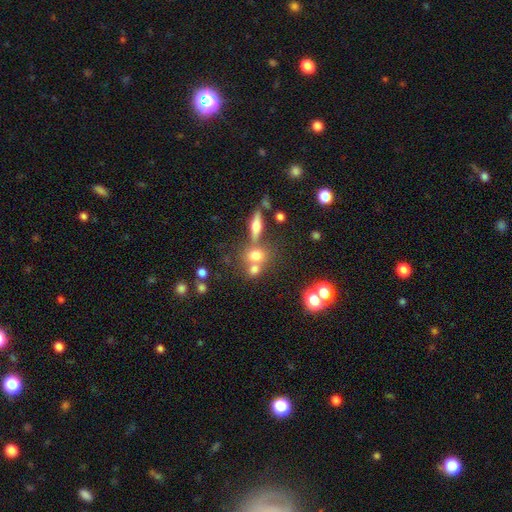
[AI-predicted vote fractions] smooth_or_featured: smooth (p=0.66) [alt: featured or disk p=0.18]
how_rounded: round (p=0.68) [alt: in between p=0.27]
merging: none (p=0.47) [alt: merger p=0.39]